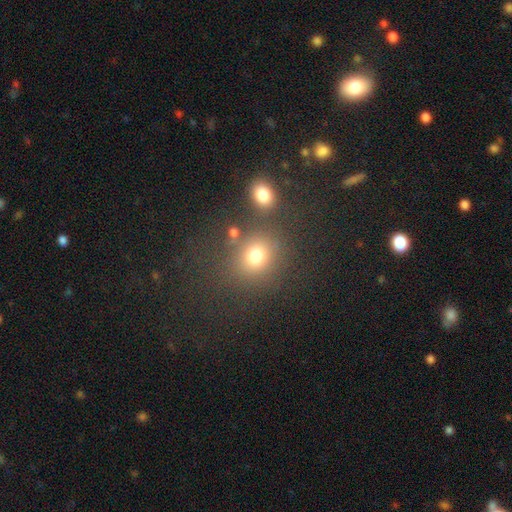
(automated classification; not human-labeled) smooth_or_featured: smooth (p=0.75) [alt: star or artifact p=0.16]
how_rounded: round (p=0.69) [alt: in between p=0.30]
merging: none (p=0.69) [alt: merger p=0.14]